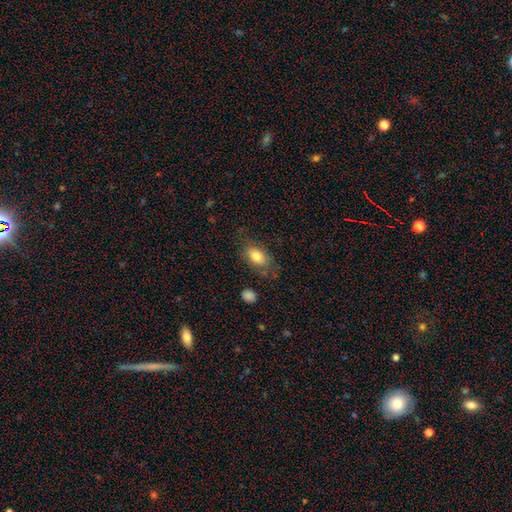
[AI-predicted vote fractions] smooth_or_featured: smooth (p=0.78) [alt: featured or disk p=0.14]
how_rounded: in between (p=0.86) [alt: round p=0.11]
merging: none (p=0.69) [alt: minor disturbance p=0.20]